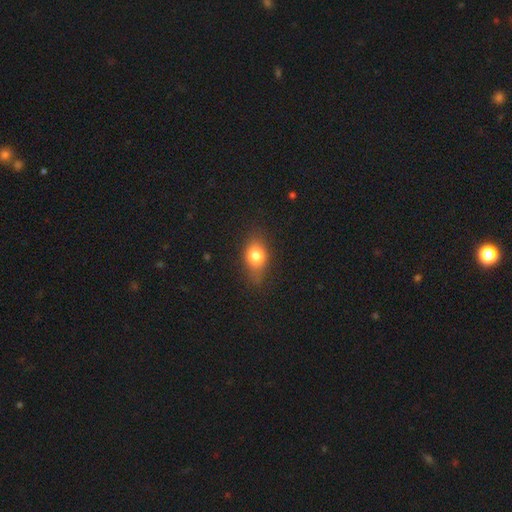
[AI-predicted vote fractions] Smooth or featured? smooth (77%)
How rounded? in between (66%)
Merging? none (71%)